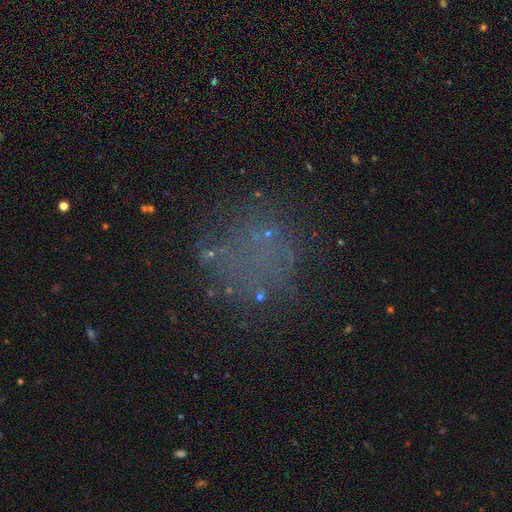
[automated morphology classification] Smooth or featured: smooth — 40% (star or artifact — 39%)
Merging: none — 72% (minor disturbance — 12%)